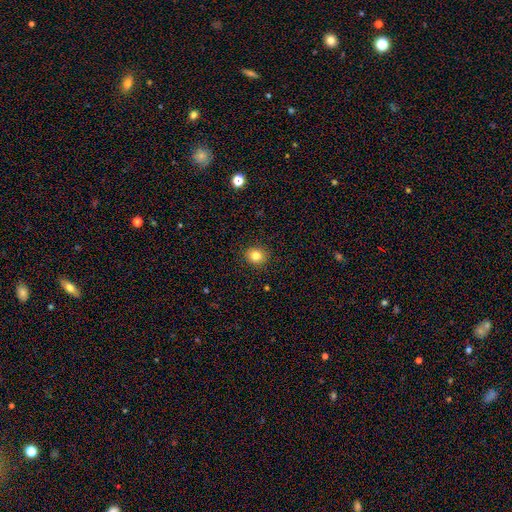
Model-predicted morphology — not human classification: This appears to be a smooth galaxy with no disk features (82%) that is round (84%). Merging: none (92%).